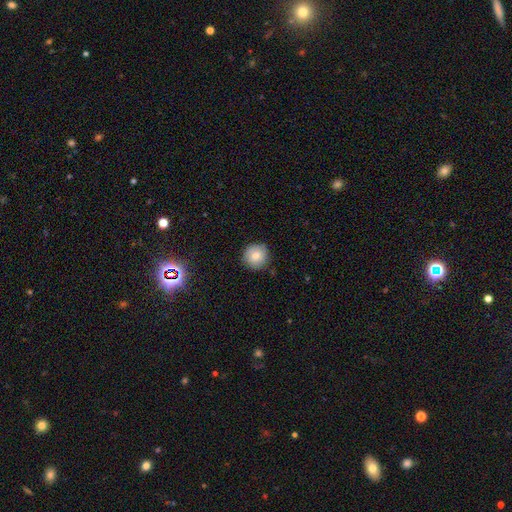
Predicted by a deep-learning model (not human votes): Overall: smooth (81%). How rounded: round (94%). Merging: none (87%).